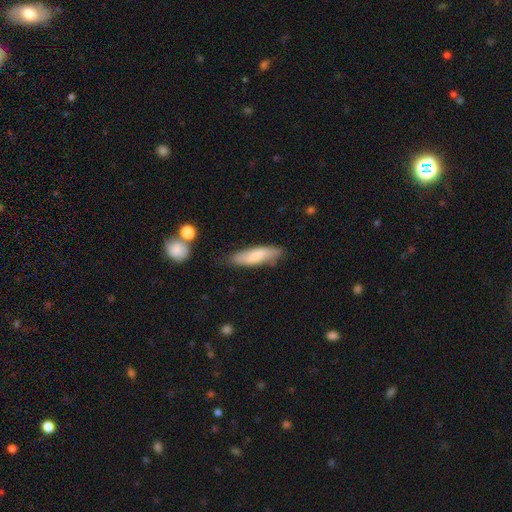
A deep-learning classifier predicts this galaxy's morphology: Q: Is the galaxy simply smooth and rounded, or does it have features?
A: smooth — 75%.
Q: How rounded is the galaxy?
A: cigar-shaped — 63%.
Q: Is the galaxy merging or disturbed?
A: none — 74%.